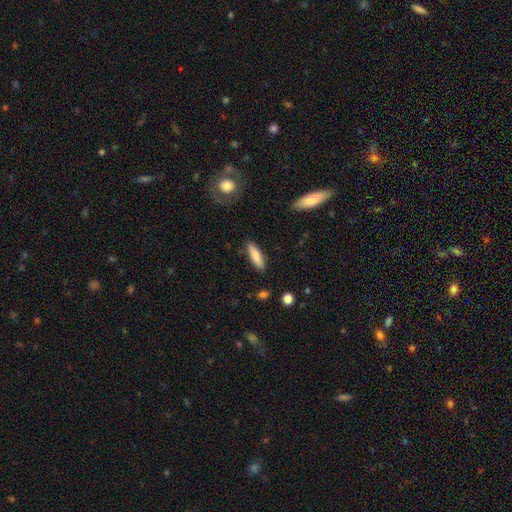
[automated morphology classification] Smooth or featured? Predicted: smooth (p=0.80). How rounded? Predicted: cigar-shaped (p=0.60). Merging? Predicted: none (p=0.85).